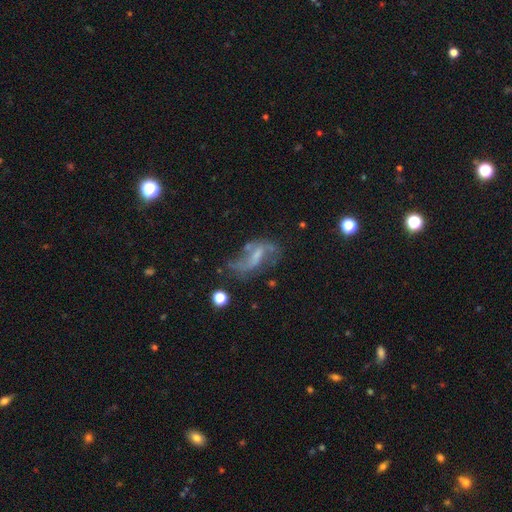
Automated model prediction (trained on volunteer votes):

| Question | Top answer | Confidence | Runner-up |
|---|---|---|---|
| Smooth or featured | featured or disk | 67% | smooth (20%) |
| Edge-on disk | no | 92% | yes (8%) |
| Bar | weak | 43% | no (29%) |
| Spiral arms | yes | 73% | no (27%) |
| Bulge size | none | 41% | small (36%) |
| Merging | none | 41% | major disturbance (28%) |